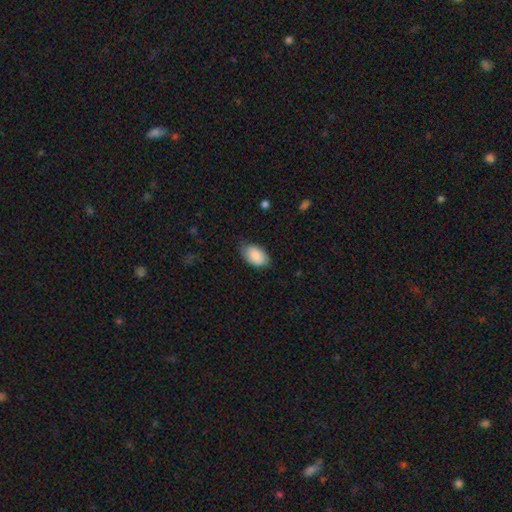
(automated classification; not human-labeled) Smooth or featured?
  - smooth: 86% *
  - featured or disk: 8%
  - star or artifact: 6%
How rounded?
  - in between: 93% *
  - round: 6%
  - cigar-shaped: 1%
Merging?
  - none: 68% *
  - minor disturbance: 26%
  - major disturbance: 4%
  - merger: 1%